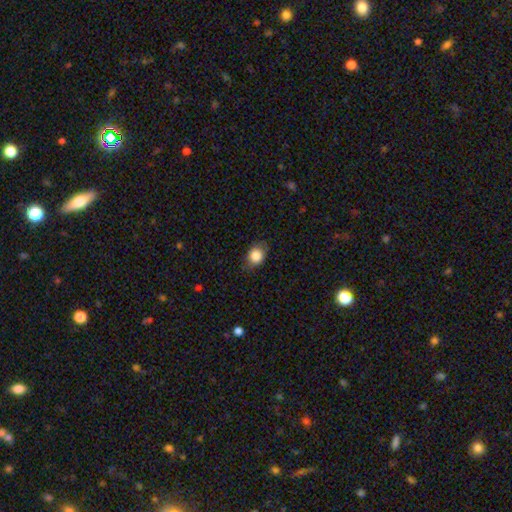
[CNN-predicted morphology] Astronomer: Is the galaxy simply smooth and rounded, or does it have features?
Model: smooth — 83%.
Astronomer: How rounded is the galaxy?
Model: in between — 55% (runner-up: round, 44%).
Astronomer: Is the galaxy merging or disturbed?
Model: none — 74%.